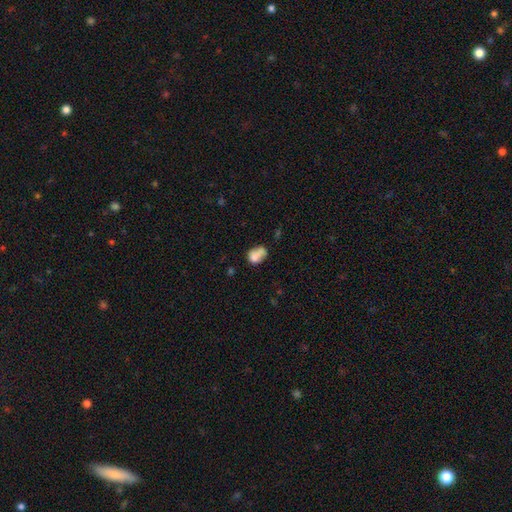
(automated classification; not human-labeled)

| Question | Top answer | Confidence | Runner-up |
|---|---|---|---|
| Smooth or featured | smooth | 71% | featured or disk (19%) |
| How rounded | in between | 72% | round (26%) |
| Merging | merger | 33% | none (30%) |